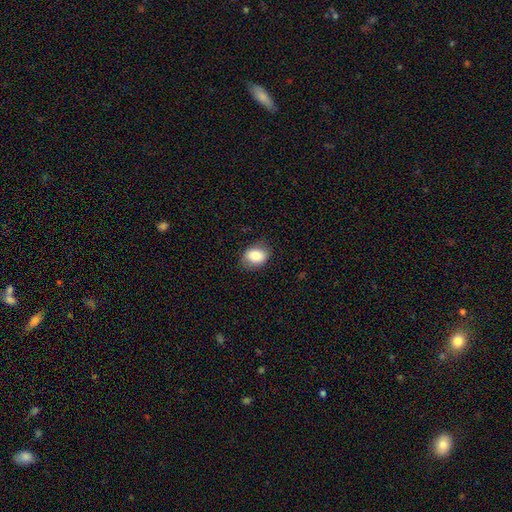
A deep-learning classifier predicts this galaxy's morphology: Overall: smooth (84%). How rounded: in between (69%; round 30%). Merging: none (79%).